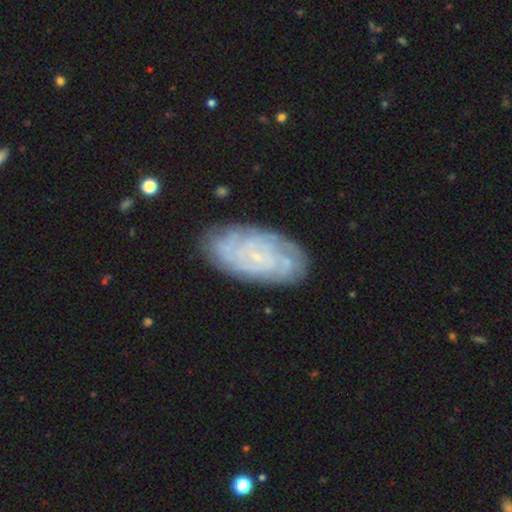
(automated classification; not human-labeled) A featured or disk galaxy (79%) with no bar (74%), tight (76%) spiral arms (94%) and a small central bulge (83%). Merging: none (80%).